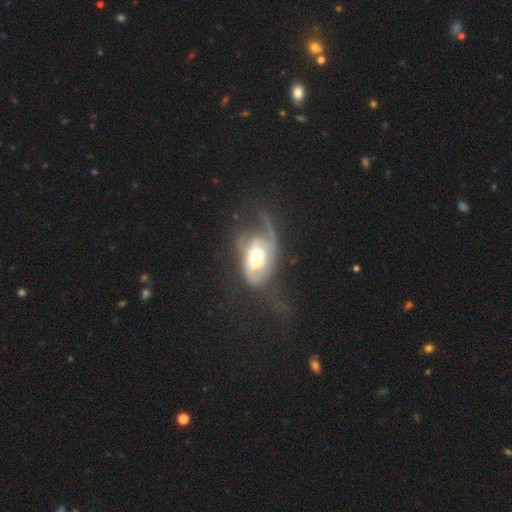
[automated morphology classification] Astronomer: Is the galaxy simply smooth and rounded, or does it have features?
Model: featured or disk — 69%.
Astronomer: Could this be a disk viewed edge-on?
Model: no — 95%.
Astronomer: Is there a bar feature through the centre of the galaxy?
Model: no — 65%.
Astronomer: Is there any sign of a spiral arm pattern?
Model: yes — 65%.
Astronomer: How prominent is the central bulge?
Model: moderate — 59%.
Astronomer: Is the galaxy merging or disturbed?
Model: major disturbance — 47%.